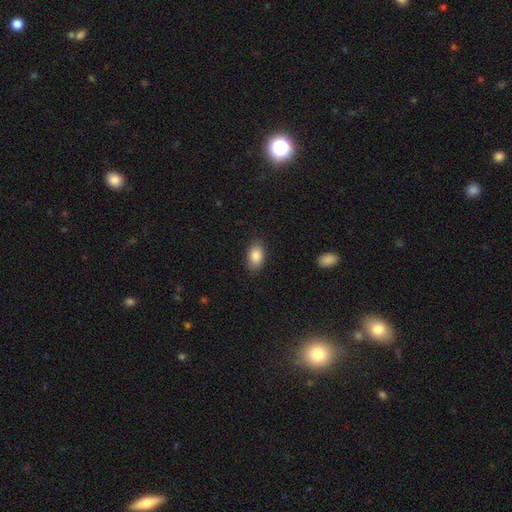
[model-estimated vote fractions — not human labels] Smooth or featured? Predicted: smooth (p=0.86). How rounded? Predicted: in between (p=0.90). Merging? Predicted: none (p=0.86).